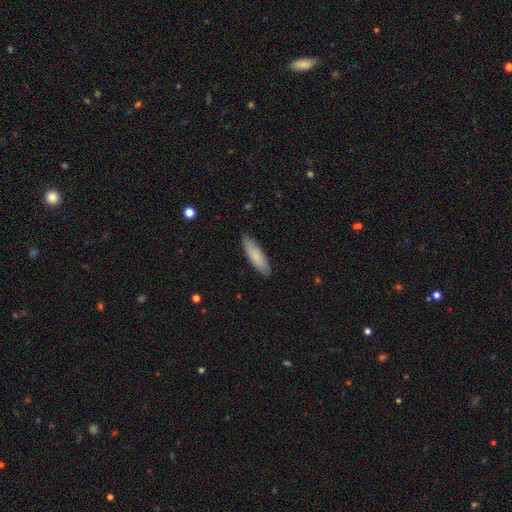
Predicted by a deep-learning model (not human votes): smooth_or_featured: smooth (p=0.83) [alt: featured or disk p=0.12]
how_rounded: cigar-shaped (p=0.65) [alt: in between p=0.34]
merging: none (p=0.87) [alt: minor disturbance p=0.10]